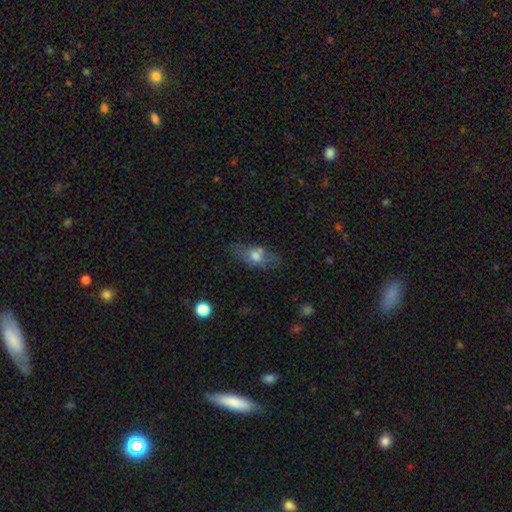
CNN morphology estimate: The model was most divided on "smooth or featured": smooth: 63%, featured or disk: 27%, star or artifact: 9%. More confident: how rounded — in between (81%); merging — none (69%).